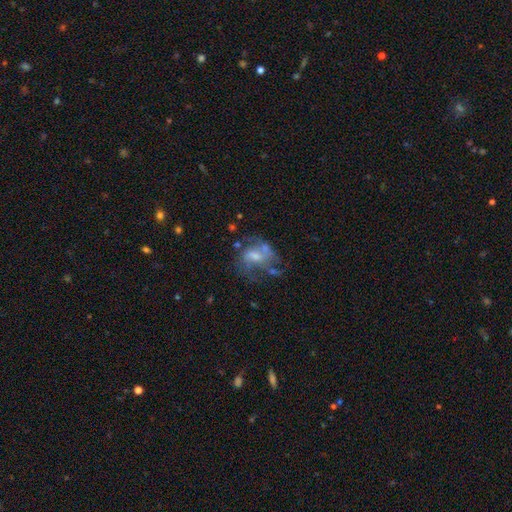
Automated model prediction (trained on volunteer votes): This is likely a featured or disk galaxy (70%). It is clearly not viewed edge-on (97%). Bar: marginally weak (45%). Spiral arm pattern: likely yes (73%). Central bulge: marginally moderate (41%). Merging: marginally none (41%).